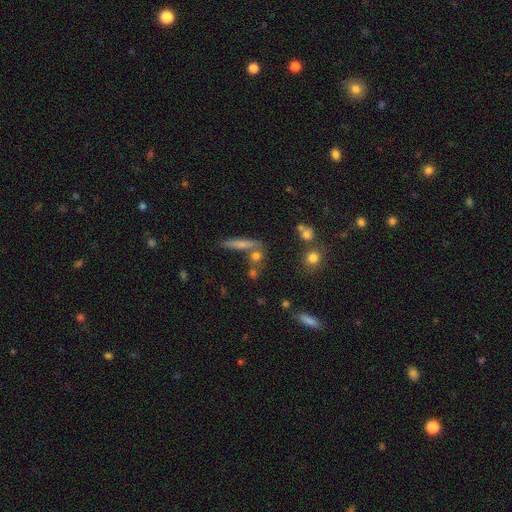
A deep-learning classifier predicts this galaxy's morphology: Smooth or featured? Predicted: smooth (p=0.64). How rounded? Predicted: cigar-shaped (p=0.40). Merging? Predicted: none (p=0.59).